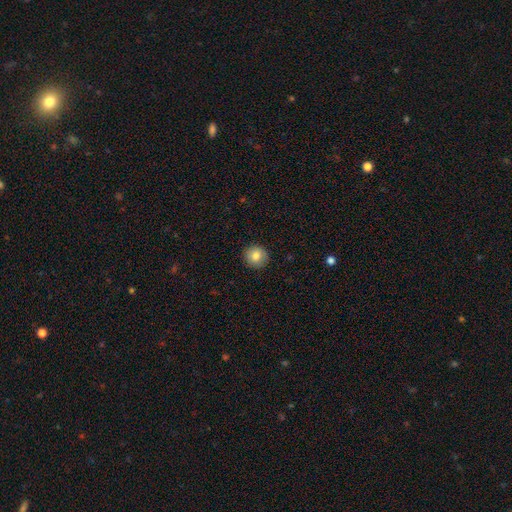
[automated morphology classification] Smooth or featured? smooth (83%)
How rounded? round (93%)
Merging? none (91%)